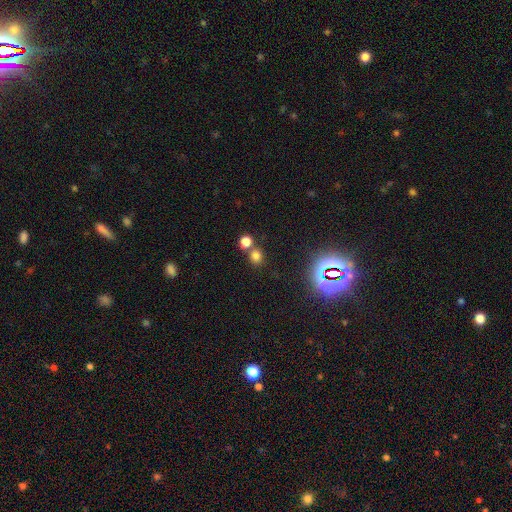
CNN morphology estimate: The model was most divided on "merging": none: 58%, merger: 32%, minor disturbance: 7%, major disturbance: 3%. More confident: how rounded — round (78%); smooth or featured — smooth (74%).